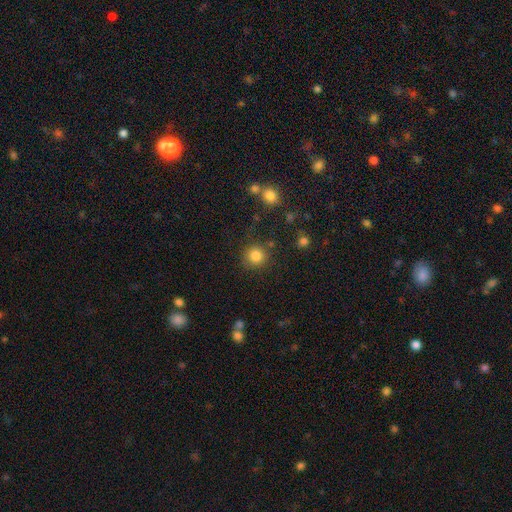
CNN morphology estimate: smooth 84%, star or artifact 11%, featured or disk 5%. Down the decision tree: how rounded — round (93%); merging — none (84%).